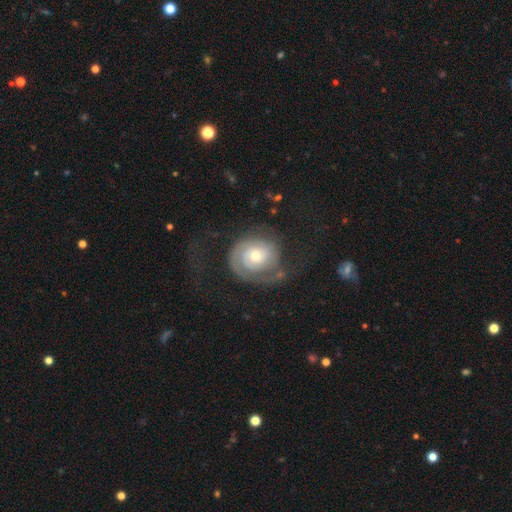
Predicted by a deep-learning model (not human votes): This appears to be a featured or disk galaxy (78%) with no bar (78%), 2 (39%) tight (62%) spiral arms (92%) and a small central bulge (49%). Merging: none (54%).